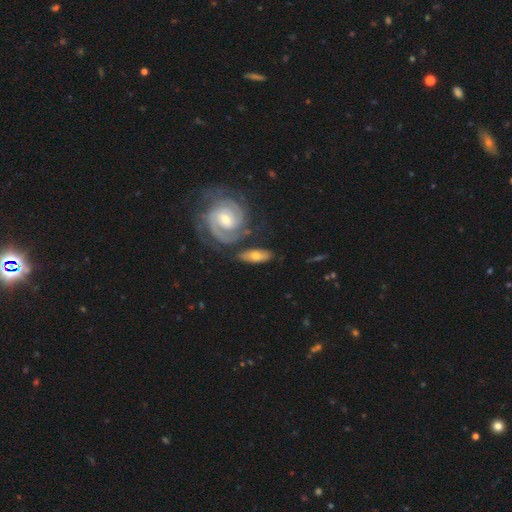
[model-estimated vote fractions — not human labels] Overall: featured or disk (56%; smooth 39%). Edge-on disk: no (86%). Merging: none (67%).